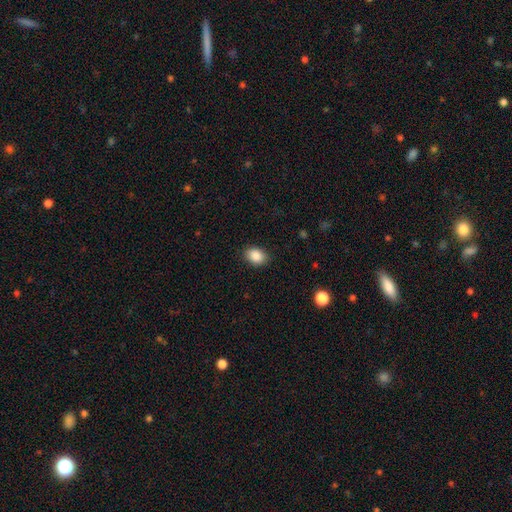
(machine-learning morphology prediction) A smooth galaxy with no disk features (88%) that is in between round and cigar-shaped (75%).

Vote fractions:
- Smooth or featured? smooth: 88% / star or artifact: 8% / featured or disk: 4%
- How rounded? in between: 75% / round: 24% / cigar-shaped: 1%
- Merging? none: 87% / minor disturbance: 10% / major disturbance: 3% / merger: 1%